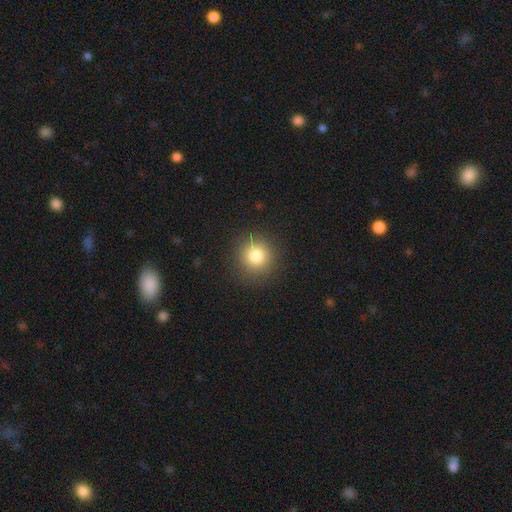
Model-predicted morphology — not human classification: Smooth or featured? Predicted: smooth (p=0.82). How rounded? Predicted: round (p=0.93). Merging? Predicted: none (p=0.89).